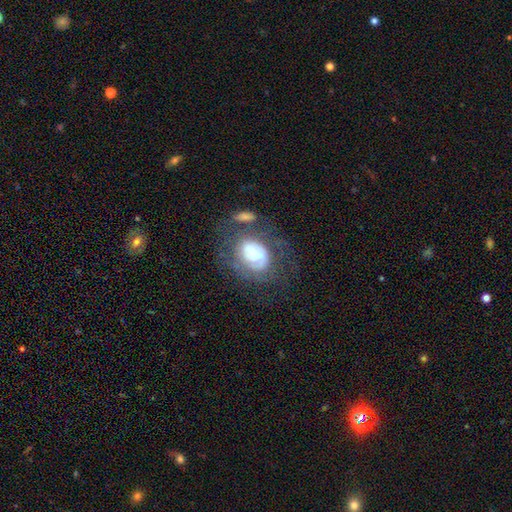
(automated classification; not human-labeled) Q: Smooth or featured?
A: featured or disk (51%); runner-up: smooth (37%)
Q: Edge-on disk?
A: no (96%); runner-up: yes (4%)
Q: Merging?
A: none (42%); runner-up: major disturbance (23%)